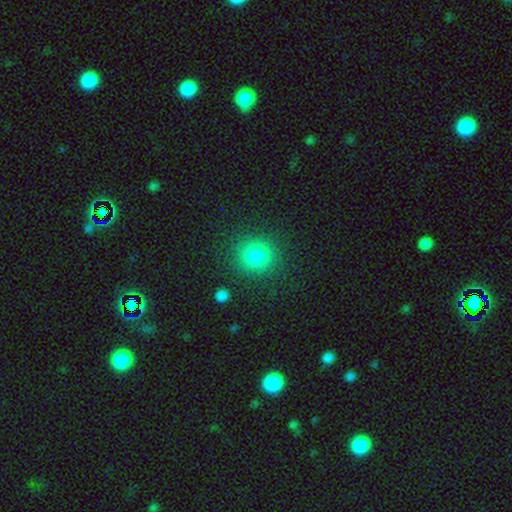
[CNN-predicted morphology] Smooth or featured: smooth — 82% (star or artifact — 13%)
How rounded: round — 87% (in between — 12%)
Merging: none — 87% (minor disturbance — 8%)